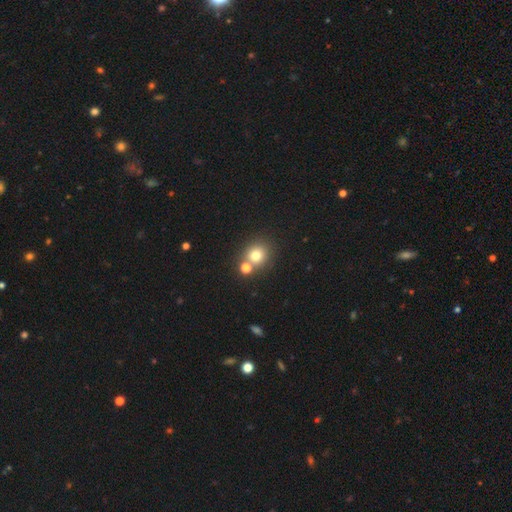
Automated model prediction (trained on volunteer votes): Q: Smooth or featured?
A: smooth (76%); runner-up: star or artifact (15%)
Q: How rounded?
A: round (84%); runner-up: in between (15%)
Q: Merging?
A: none (61%); runner-up: merger (28%)